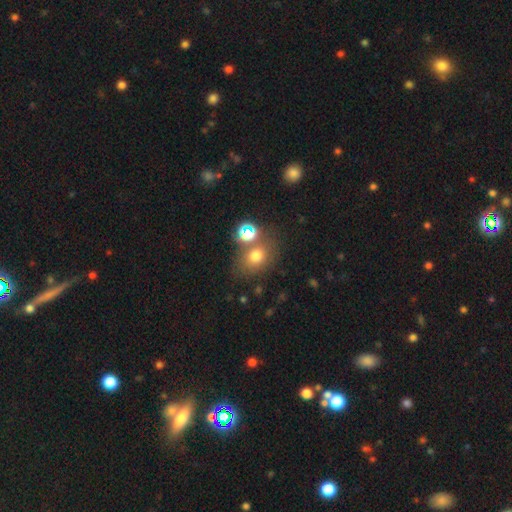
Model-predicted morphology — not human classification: Q: Smooth or featured?
A: smooth (71%); runner-up: star or artifact (18%)
Q: How rounded?
A: round (52%); runner-up: in between (46%)
Q: Merging?
A: none (59%); runner-up: merger (23%)